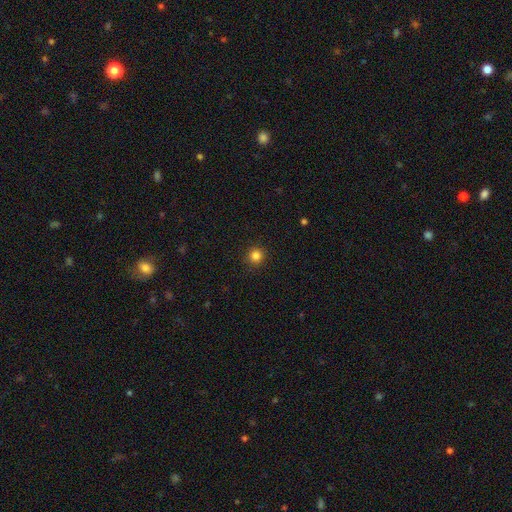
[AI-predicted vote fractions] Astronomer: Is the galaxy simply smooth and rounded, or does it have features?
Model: smooth — 84%.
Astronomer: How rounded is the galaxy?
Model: round — 94%.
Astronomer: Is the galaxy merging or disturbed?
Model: none — 92%.